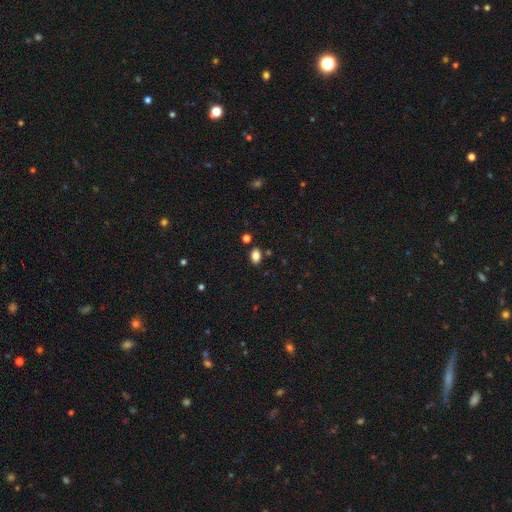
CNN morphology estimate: Smooth or featured?
  - smooth: 84% *
  - star or artifact: 11%
  - featured or disk: 5%
How rounded?
  - in between: 83% *
  - round: 15%
  - cigar-shaped: 2%
Merging?
  - none: 83% *
  - minor disturbance: 10%
  - merger: 4%
  - major disturbance: 2%